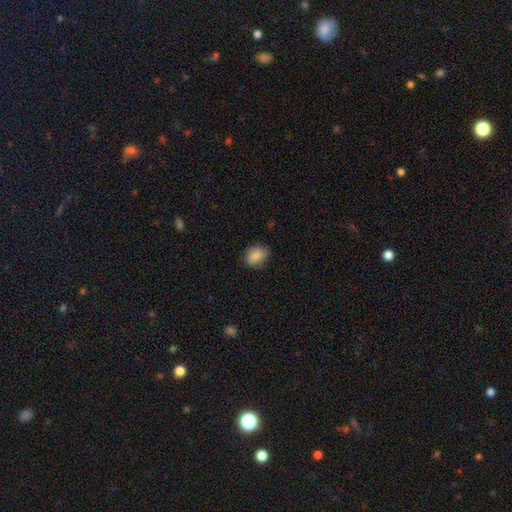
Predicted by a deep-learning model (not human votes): smooth-or-featured: smooth: 85% | star or artifact: 8% | featured or disk: 7%
  how-rounded: round: 54% | in between: 45% | cigar-shaped: 1%
  merging: none: 70% | minor disturbance: 24% | major disturbance: 5% | merger: 1%